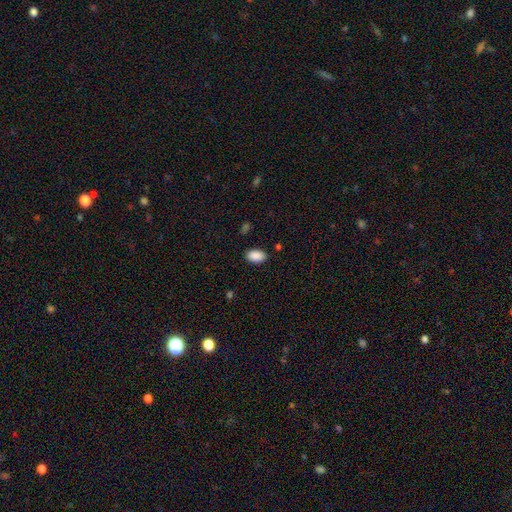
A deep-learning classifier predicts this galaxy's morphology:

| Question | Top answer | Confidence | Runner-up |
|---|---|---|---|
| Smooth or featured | smooth | 90% | star or artifact (7%) |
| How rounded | in between | 91% | round (7%) |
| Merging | none | 86% | minor disturbance (10%) |